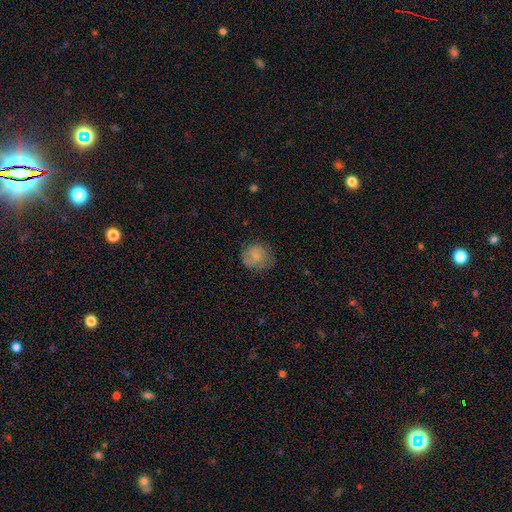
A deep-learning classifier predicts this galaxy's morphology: Smooth or featured?
  - smooth: 71% *
  - featured or disk: 21%
  - star or artifact: 8%
How rounded?
  - round: 81% *
  - in between: 18%
  - cigar-shaped: 1%
Merging?
  - none: 64% *
  - minor disturbance: 26%
  - major disturbance: 9%
  - merger: 1%